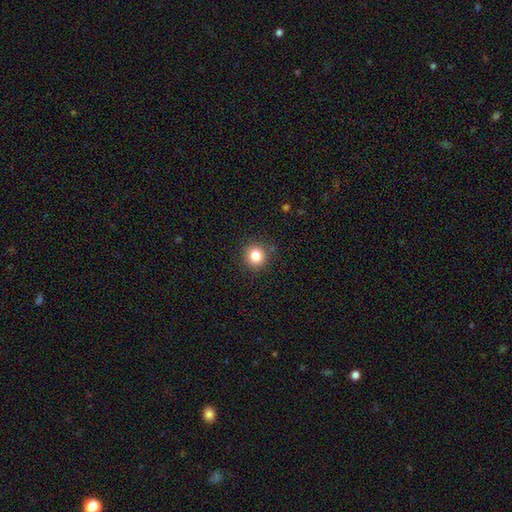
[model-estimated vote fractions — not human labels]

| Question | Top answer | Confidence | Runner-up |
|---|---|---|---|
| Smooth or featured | smooth | 83% | star or artifact (12%) |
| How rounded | round | 91% | in between (8%) |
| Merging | none | 89% | minor disturbance (7%) |